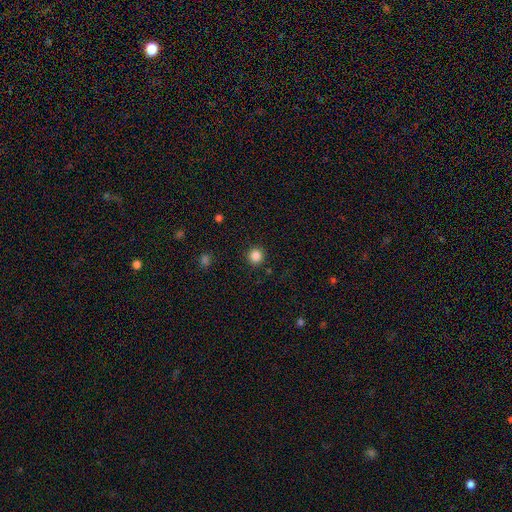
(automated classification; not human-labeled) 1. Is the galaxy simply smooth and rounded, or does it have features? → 86% smooth, 11% star or artifact, 3% featured or disk.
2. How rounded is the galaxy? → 95% round, 4% in between, 1% cigar-shaped.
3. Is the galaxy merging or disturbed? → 91% none, 5% minor disturbance, 2% major disturbance, 1% merger.